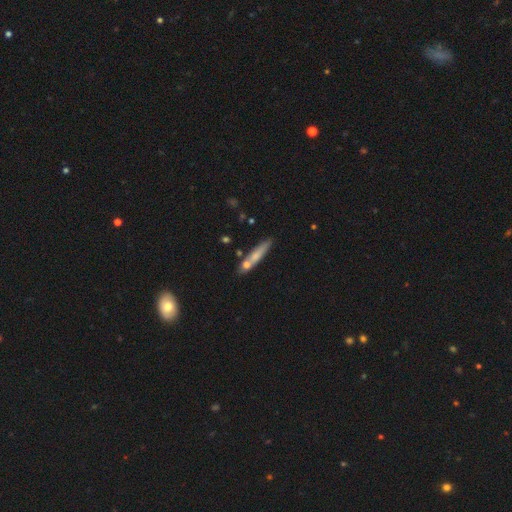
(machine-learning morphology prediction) Smooth or featured?
  - smooth: 64% *
  - featured or disk: 29%
  - star or artifact: 7%
How rounded?
  - cigar-shaped: 88% *
  - in between: 10%
  - round: 2%
Merging?
  - none: 68% *
  - minor disturbance: 15%
  - merger: 13%
  - major disturbance: 4%